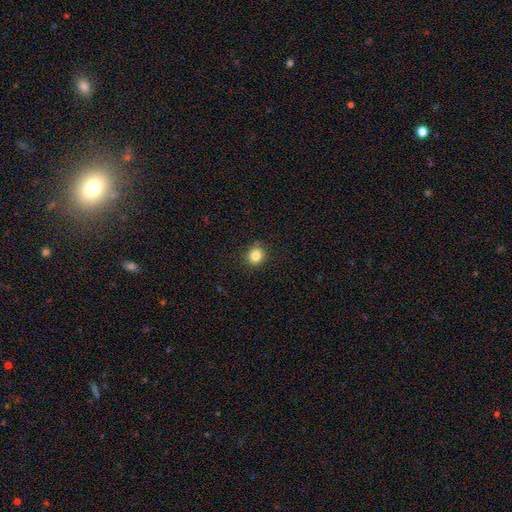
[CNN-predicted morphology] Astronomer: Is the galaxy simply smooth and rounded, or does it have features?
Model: smooth — 84%.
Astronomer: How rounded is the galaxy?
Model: round — 84%.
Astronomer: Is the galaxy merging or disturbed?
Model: none — 88%.